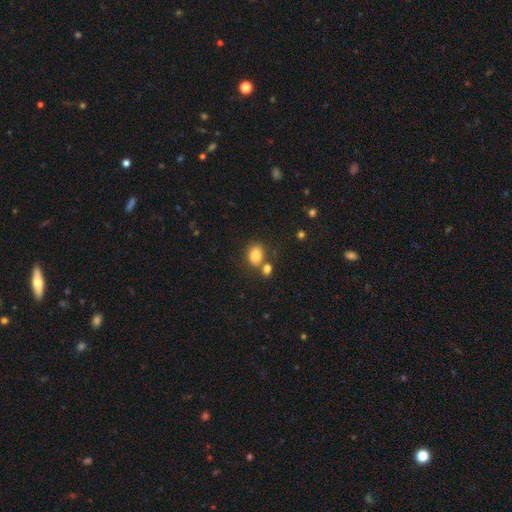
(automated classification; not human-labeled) Smooth or featured?
  - smooth: 83% *
  - star or artifact: 10%
  - featured or disk: 7%
How rounded?
  - in between: 69% *
  - round: 30%
  - cigar-shaped: 1%
Merging?
  - none: 51% *
  - merger: 31%
  - minor disturbance: 13%
  - major disturbance: 5%